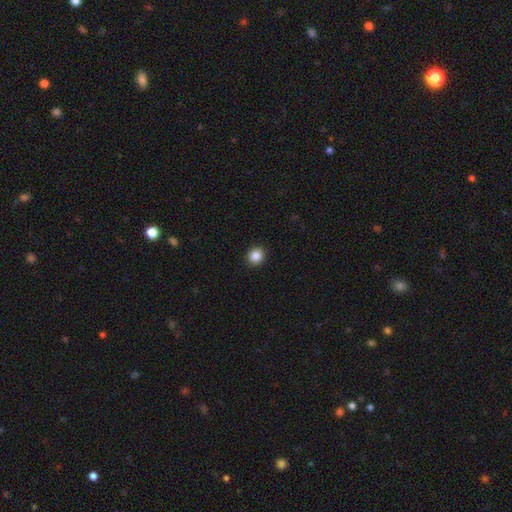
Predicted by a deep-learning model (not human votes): A smooth galaxy with no disk features (87%) that is round (84%). Merging: none (92%).